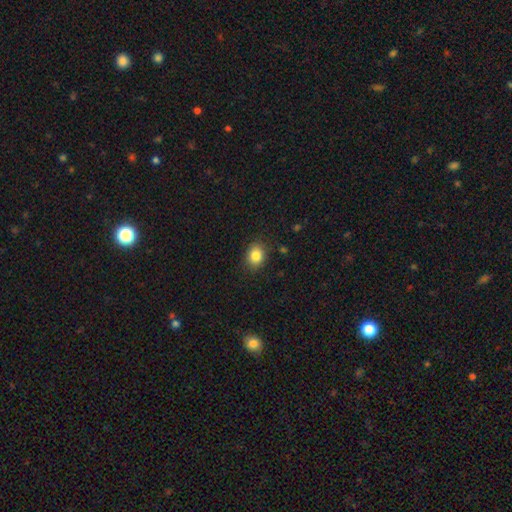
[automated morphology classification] Q: Smooth or featured?
A: smooth (84%); runner-up: star or artifact (10%)
Q: How rounded?
A: round (57%); runner-up: in between (42%)
Q: Merging?
A: none (86%); runner-up: minor disturbance (10%)